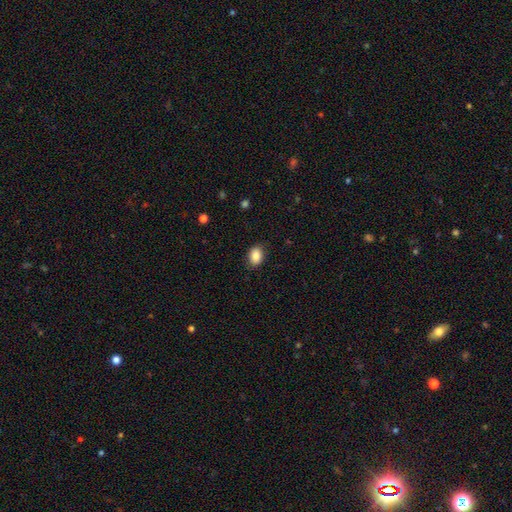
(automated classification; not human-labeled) This appears to be a smooth galaxy with no disk features (86%) that is in between round and cigar-shaped (74%). Merging: none (86%).